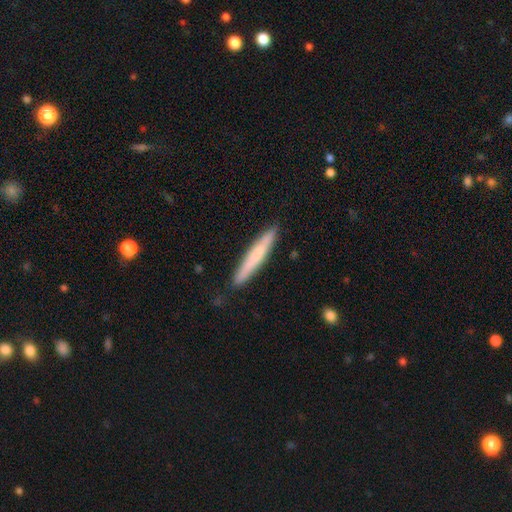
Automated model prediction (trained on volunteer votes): smooth-or-featured: smooth: 65% | featured or disk: 29% | star or artifact: 5%
  how-rounded: cigar-shaped: 95% | in between: 4% | round: 1%
  merging: none: 89% | minor disturbance: 8% | major disturbance: 1% | merger: 1%